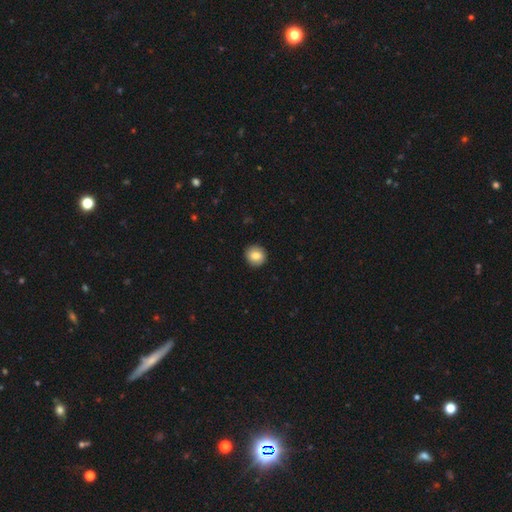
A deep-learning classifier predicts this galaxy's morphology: This is clearly a smooth galaxy (84%). How rounded: clearly round (91%). Merging: clearly none (92%).